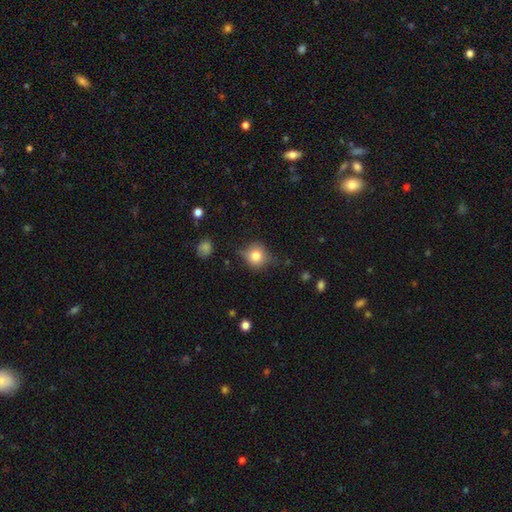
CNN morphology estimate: This appears to be a smooth galaxy with no disk features (75%) that is round (82%). Merging: none (69%).